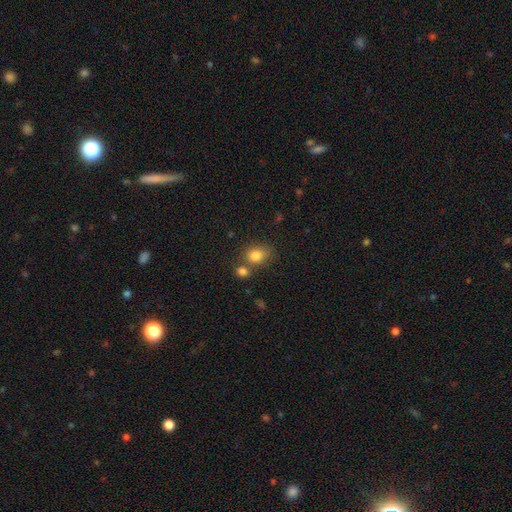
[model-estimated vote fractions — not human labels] smooth 82%, star or artifact 10%, featured or disk 7%. Down the decision tree: how rounded — in between (52%); merging — none (57%).